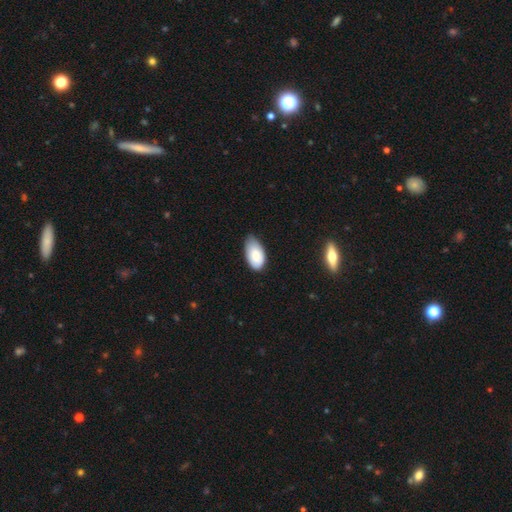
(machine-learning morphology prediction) Overall: smooth (78%). How rounded: in between (95%). Merging: none (57%; minor disturbance 36%).